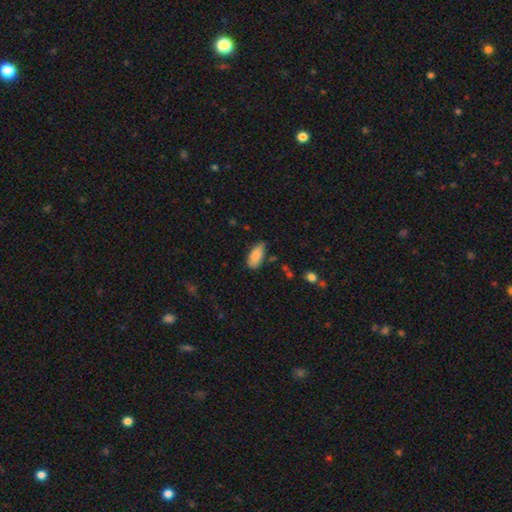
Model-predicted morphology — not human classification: Smooth or featured: smooth — 84% (featured or disk — 9%)
How rounded: in between — 90% (cigar-shaped — 8%)
Merging: none — 68% (minor disturbance — 25%)